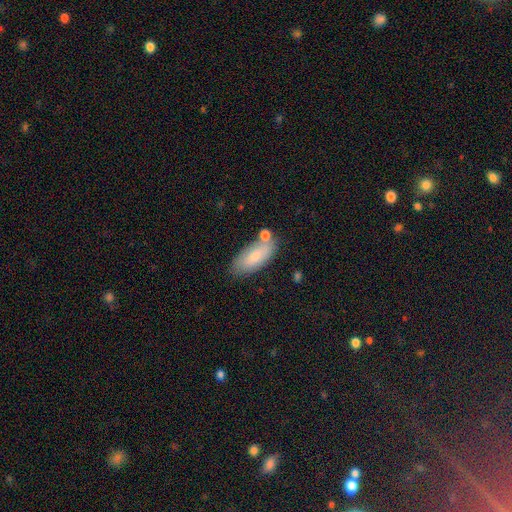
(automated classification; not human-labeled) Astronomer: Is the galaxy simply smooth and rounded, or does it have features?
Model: smooth — 78%.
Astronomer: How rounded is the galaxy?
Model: in between — 83%.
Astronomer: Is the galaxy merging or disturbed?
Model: none — 68%.